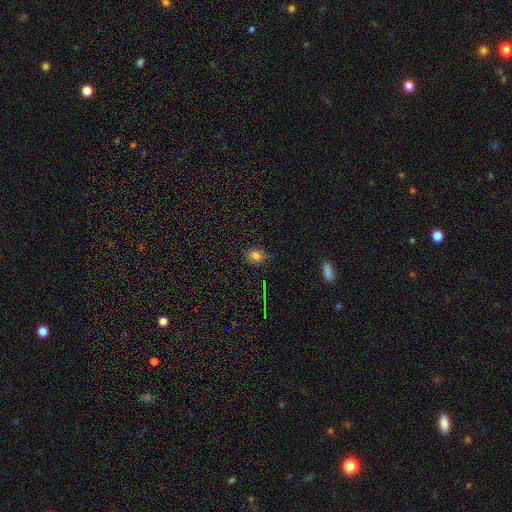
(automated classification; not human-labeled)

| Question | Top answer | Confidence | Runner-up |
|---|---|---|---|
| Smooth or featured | smooth | 75% | star or artifact (18%) |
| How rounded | in between | 59% | round (39%) |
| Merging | none | 75% | minor disturbance (19%) |